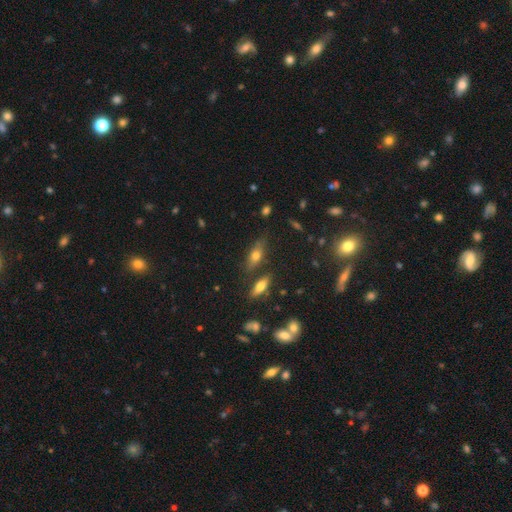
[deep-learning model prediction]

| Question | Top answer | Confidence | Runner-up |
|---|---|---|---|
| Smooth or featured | smooth | 59% | featured or disk (29%) |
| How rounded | in between | 66% | cigar-shaped (28%) |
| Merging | none | 70% | minor disturbance (16%) |